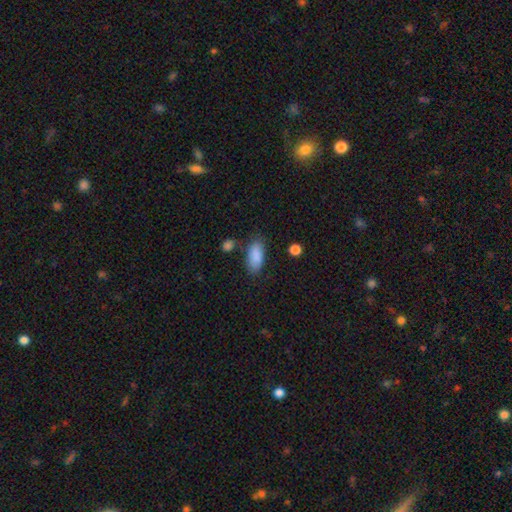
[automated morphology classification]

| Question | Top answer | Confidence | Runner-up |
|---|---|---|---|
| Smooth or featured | smooth | 88% | star or artifact (7%) |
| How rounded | in between | 88% | cigar-shaped (9%) |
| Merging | none | 75% | minor disturbance (15%) |